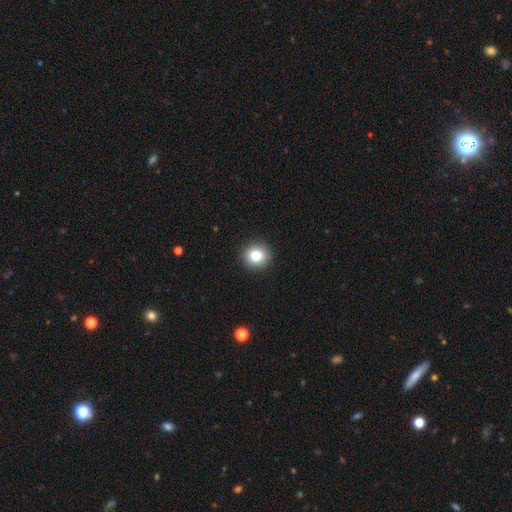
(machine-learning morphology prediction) Smooth or featured: smooth — 82% (star or artifact — 11%)
How rounded: round — 90% (in between — 9%)
Merging: none — 92% (minor disturbance — 6%)